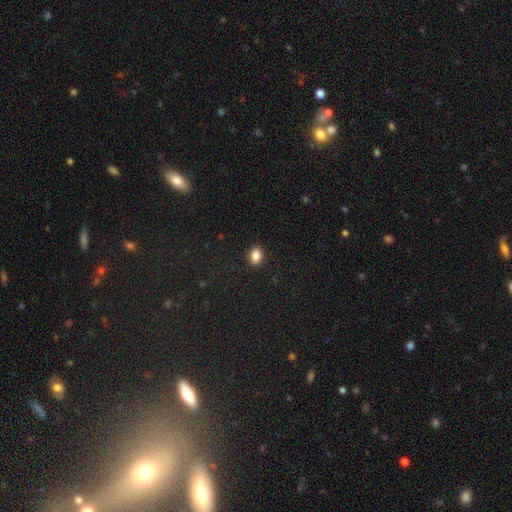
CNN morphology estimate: Overall: smooth (86%). How rounded: in between (72%). Merging: none (90%).